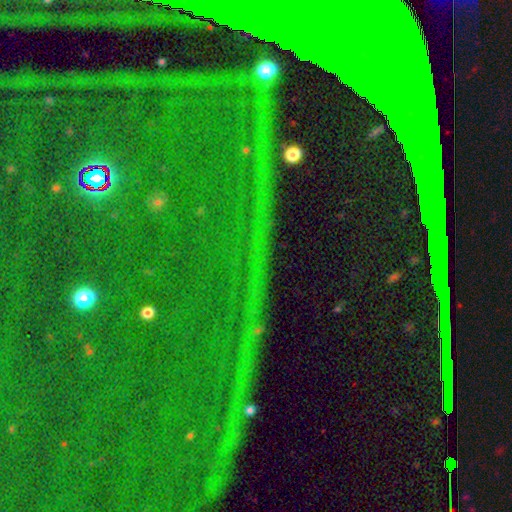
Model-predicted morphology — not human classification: Q: Smooth or featured?
A: star or artifact (85%); runner-up: featured or disk (8%)